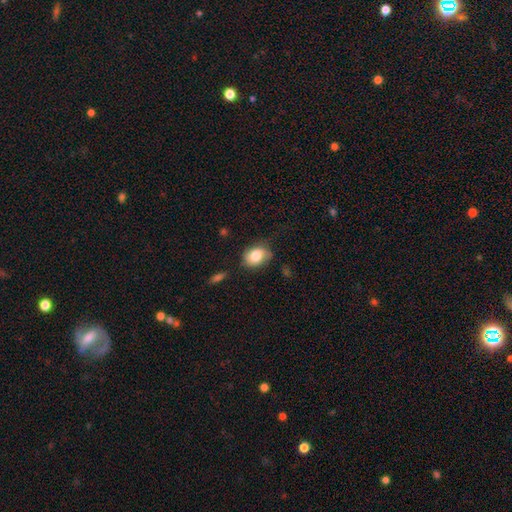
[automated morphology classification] The model was most divided on "how rounded": in between: 64%, round: 35%, cigar-shaped: 1%. More confident: smooth or featured — smooth (80%); merging — none (68%).